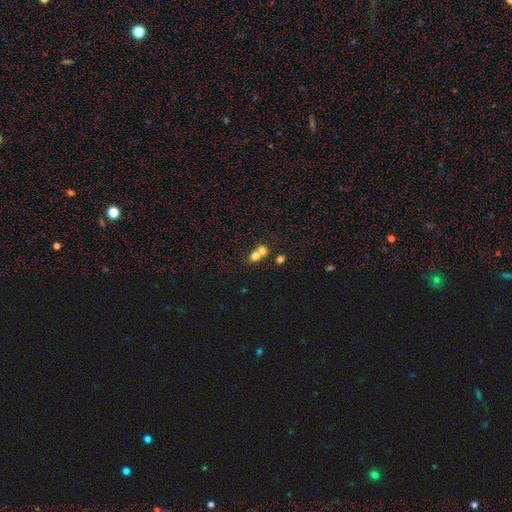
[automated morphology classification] smooth 71%, star or artifact 14%, featured or disk 14%. Down the decision tree: how rounded — round (66%); merging — merger (62%).